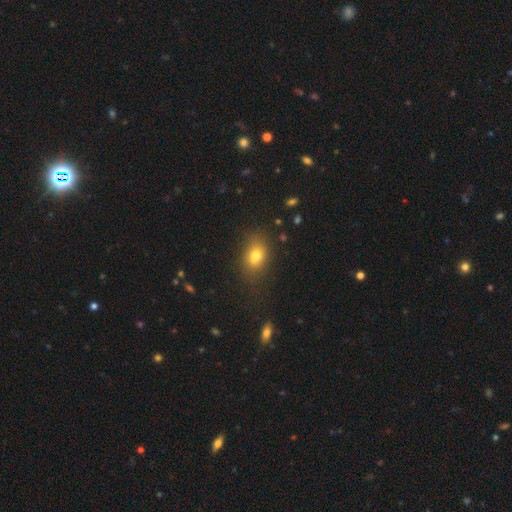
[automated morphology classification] A smooth galaxy with no disk features (74%) that is in between round and cigar-shaped (73%).

Vote fractions:
- Smooth or featured? smooth: 74% / featured or disk: 13% / star or artifact: 12%
- How rounded? in between: 73% / round: 25% / cigar-shaped: 2%
- Merging? none: 69% / minor disturbance: 18% / major disturbance: 7% / merger: 6%